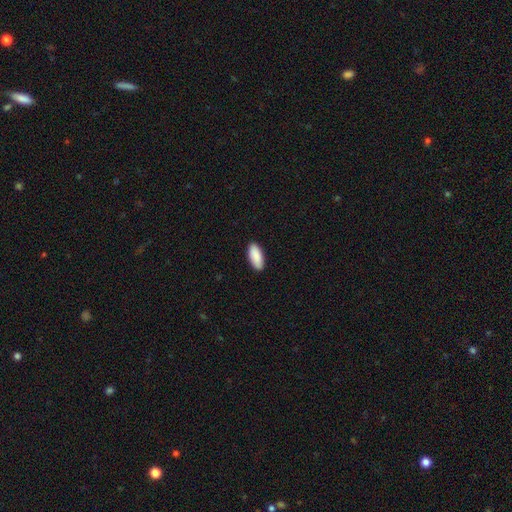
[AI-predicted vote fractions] smooth_or_featured: smooth (p=0.91) [alt: star or artifact p=0.06]
how_rounded: in between (p=0.86) [alt: cigar-shaped p=0.13]
merging: none (p=0.90) [alt: minor disturbance p=0.08]